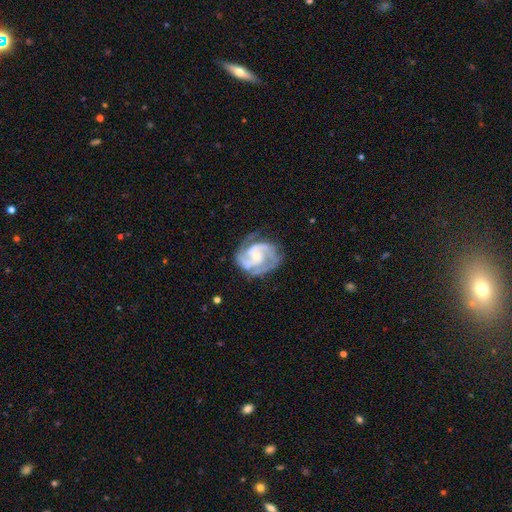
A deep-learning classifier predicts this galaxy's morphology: Smooth or featured: featured or disk — 88% (smooth — 7%)
Edge-on disk: no — 98% (yes — 2%)
Bar: no — 60% (weak — 32%)
Spiral arms: yes — 97% (no — 3%)
Spiral winding: medium — 47% (tight — 42%)
Spiral arm count: 2 — 59% (3 — 21%)
Bulge size: small — 63% (moderate — 30%)
Merging: none — 64% (minor disturbance — 22%)